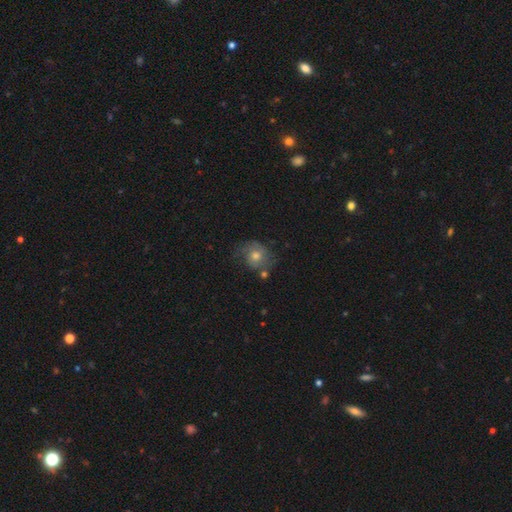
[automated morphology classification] Overall: featured or disk (44%; smooth 43%). Merging: none (59%; minor disturbance 23%).